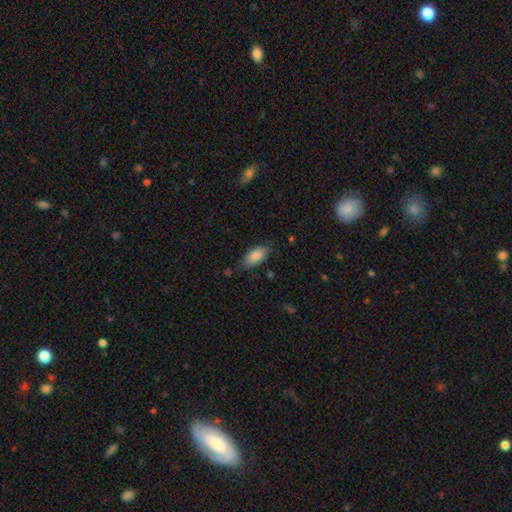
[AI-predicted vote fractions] A smooth galaxy with no disk features (87%) that is in between round and cigar-shaped (90%). Merging: none (76%).